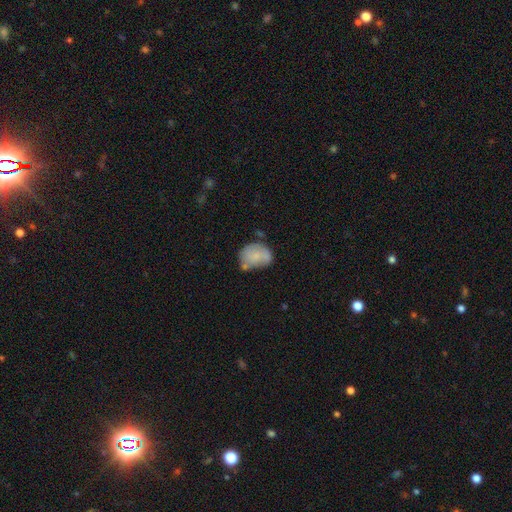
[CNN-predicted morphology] Overall: smooth (69%). How rounded: in between (62%; round 37%). Merging: none (48%; minor disturbance 29%).